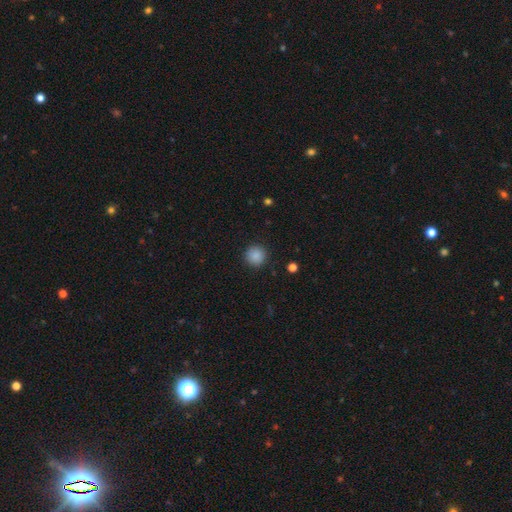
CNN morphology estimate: smooth 88%, star or artifact 9%, featured or disk 3%. Down the decision tree: how rounded — round (94%); merging — none (90%).